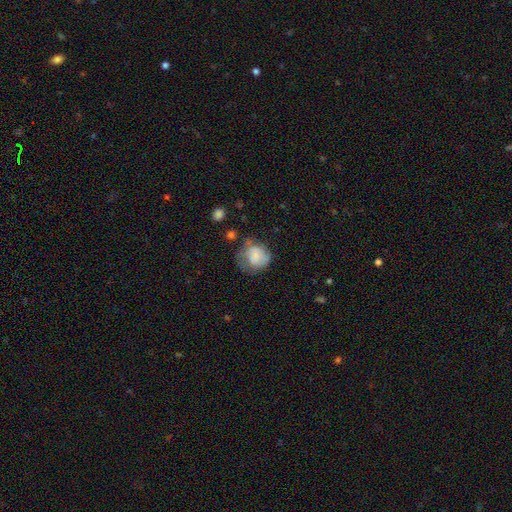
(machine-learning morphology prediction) Smooth or featured?
  - smooth: 68% *
  - featured or disk: 24%
  - star or artifact: 8%
How rounded?
  - round: 73% *
  - in between: 26%
  - cigar-shaped: 1%
Merging?
  - none: 40% *
  - minor disturbance: 31%
  - major disturbance: 26%
  - merger: 4%